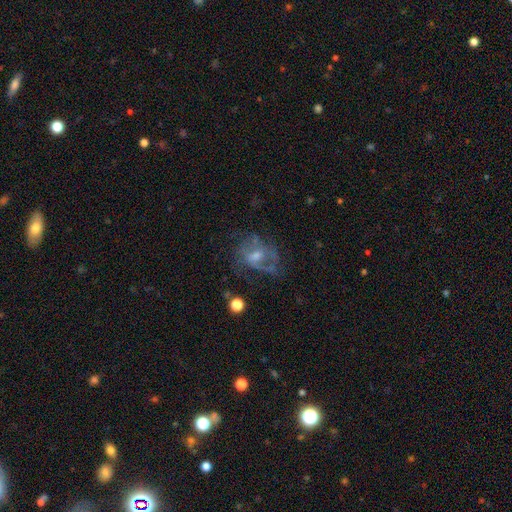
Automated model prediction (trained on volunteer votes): Smooth or featured: featured or disk — 64% (smooth — 24%)
Edge-on disk: no — 97% (yes — 3%)
Bar: no — 56% (weak — 37%)
Spiral arms: yes — 56% (no — 44%)
Bulge size: small — 46% (moderate — 42%)
Merging: none — 41% (major disturbance — 33%)